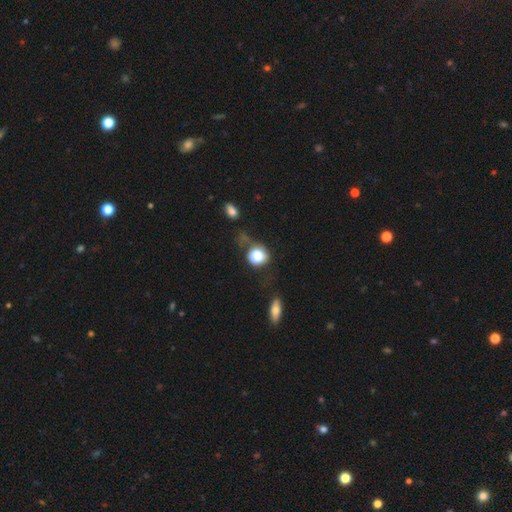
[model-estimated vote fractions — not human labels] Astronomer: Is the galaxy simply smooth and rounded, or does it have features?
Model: smooth — 78%.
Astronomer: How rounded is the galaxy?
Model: round — 81%.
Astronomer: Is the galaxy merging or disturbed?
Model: none — 56%.